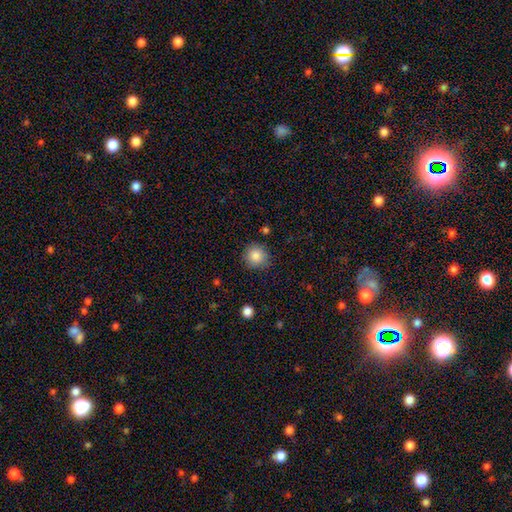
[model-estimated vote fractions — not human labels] The model was most divided on "merging": none: 86%, minor disturbance: 10%, major disturbance: 3%, merger: 2%. More confident: how rounded — round (93%); smooth or featured — smooth (86%).